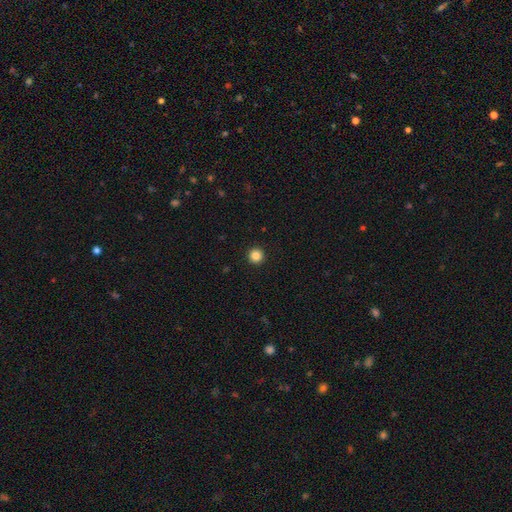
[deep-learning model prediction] Overall: smooth (86%). How rounded: round (96%). Merging: none (94%).